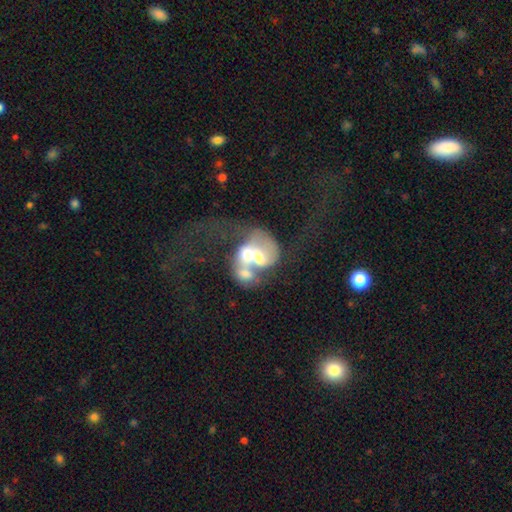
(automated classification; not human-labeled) Smooth or featured: featured or disk — 62% (smooth — 28%)
Edge-on disk: no — 97% (yes — 3%)
Bar: no — 75% (weak — 18%)
Spiral arms: no — 60% (yes — 40%)
Bulge size: moderate — 51% (large — 17%)
Merging: merger — 73% (major disturbance — 15%)